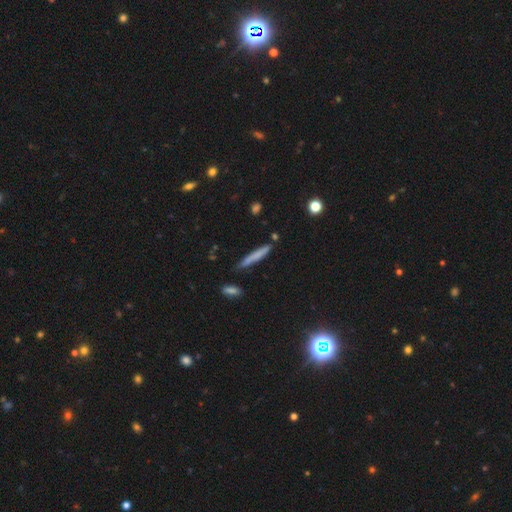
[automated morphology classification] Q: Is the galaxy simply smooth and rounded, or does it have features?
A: smooth — 71%.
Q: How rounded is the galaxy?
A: cigar-shaped — 94%.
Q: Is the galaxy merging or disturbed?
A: none — 80%.